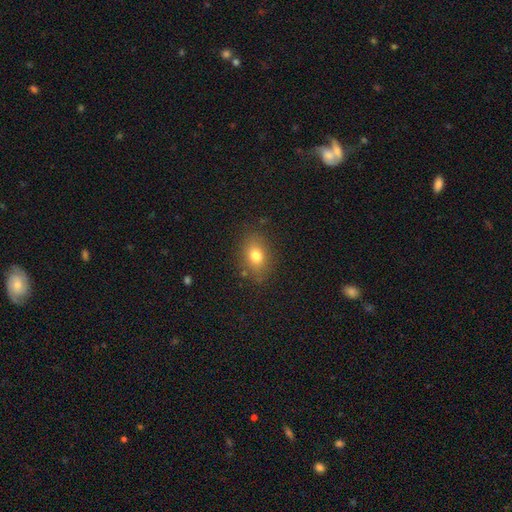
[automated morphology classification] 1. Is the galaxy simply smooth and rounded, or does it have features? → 76% smooth, 12% featured or disk, 12% star or artifact.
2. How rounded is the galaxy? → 71% in between, 27% round, 2% cigar-shaped.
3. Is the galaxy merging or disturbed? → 82% none, 13% minor disturbance, 4% major disturbance, 2% merger.